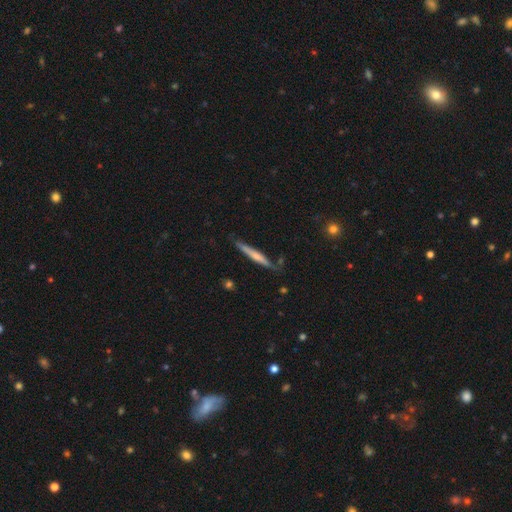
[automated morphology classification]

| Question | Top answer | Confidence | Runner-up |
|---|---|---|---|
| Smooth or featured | featured or disk | 49% | smooth (46%) |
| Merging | none | 79% | minor disturbance (15%) |